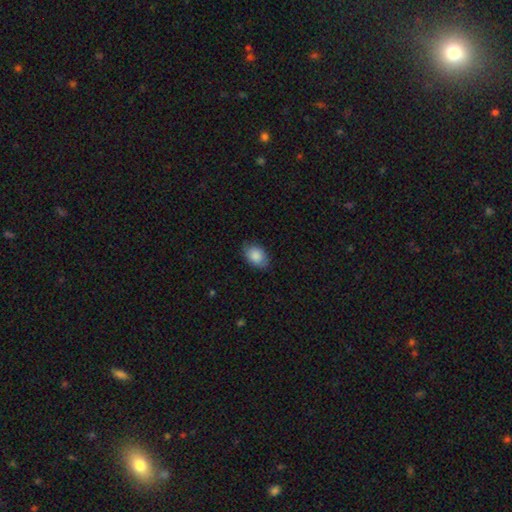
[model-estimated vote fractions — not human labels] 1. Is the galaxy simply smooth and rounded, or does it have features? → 86% smooth, 7% star or artifact, 7% featured or disk.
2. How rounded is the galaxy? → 81% in between, 18% round, 1% cigar-shaped.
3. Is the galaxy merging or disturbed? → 79% none, 17% minor disturbance, 3% major disturbance, 1% merger.